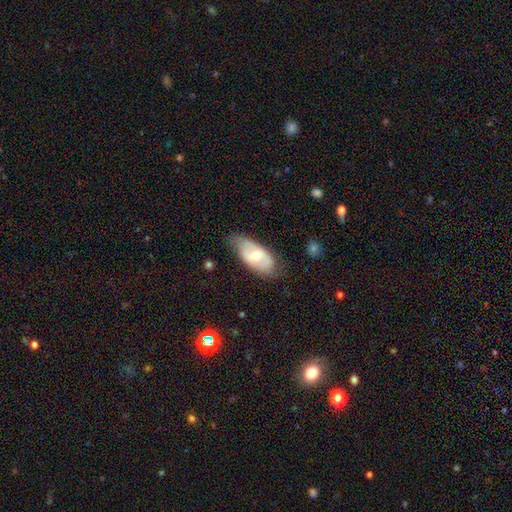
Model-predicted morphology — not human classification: Smooth or featured? smooth (49%)
Merging? none (64%)